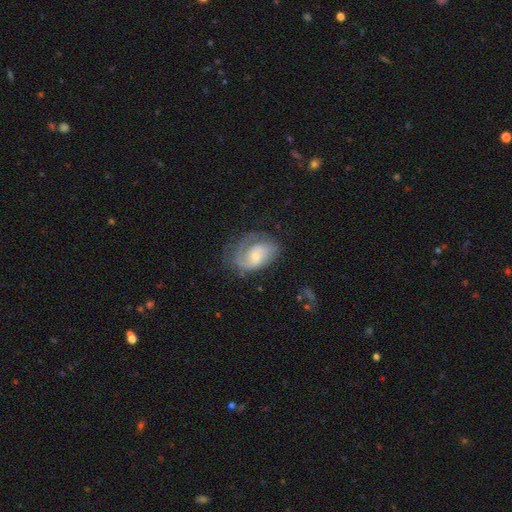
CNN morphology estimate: featured or disk 68%, smooth 25%, star or artifact 6%. Down the decision tree: edge-on disk — no (97%); bar — no (66%); spiral arms — yes (87%); spiral arm count — 1 (41%); spiral winding — medium (40%); bulge size — small (61%); merging — none (50%).